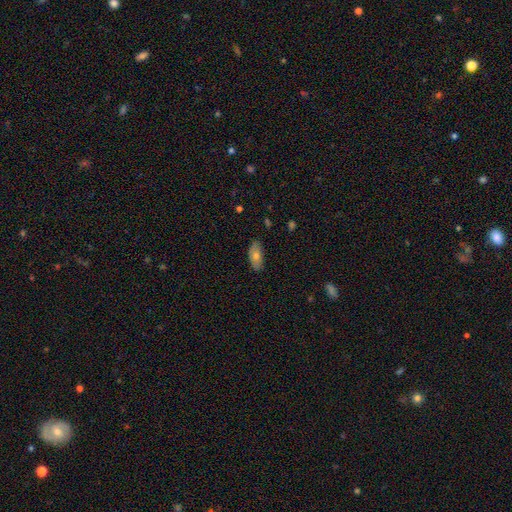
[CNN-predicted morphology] Q: Smooth or featured?
A: smooth (66%); runner-up: featured or disk (26%)
Q: How rounded?
A: in between (88%); runner-up: cigar-shaped (8%)
Q: Merging?
A: none (79%); runner-up: minor disturbance (17%)